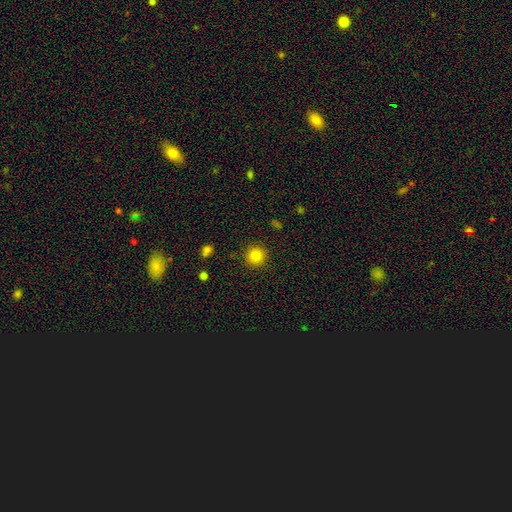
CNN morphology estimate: Smooth or featured?
  - smooth: 83% *
  - star or artifact: 11%
  - featured or disk: 6%
How rounded?
  - round: 95% *
  - in between: 4%
  - cigar-shaped: 1%
Merging?
  - none: 91% *
  - minor disturbance: 6%
  - major disturbance: 2%
  - merger: 1%